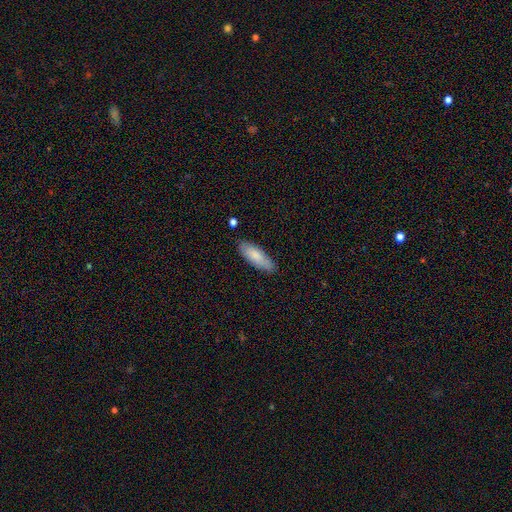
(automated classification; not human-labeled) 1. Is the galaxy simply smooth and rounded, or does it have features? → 81% smooth, 13% featured or disk, 6% star or artifact.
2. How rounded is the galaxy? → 59% in between, 39% cigar-shaped, 2% round.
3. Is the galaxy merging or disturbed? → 82% none, 13% minor disturbance, 2% major disturbance, 2% merger.